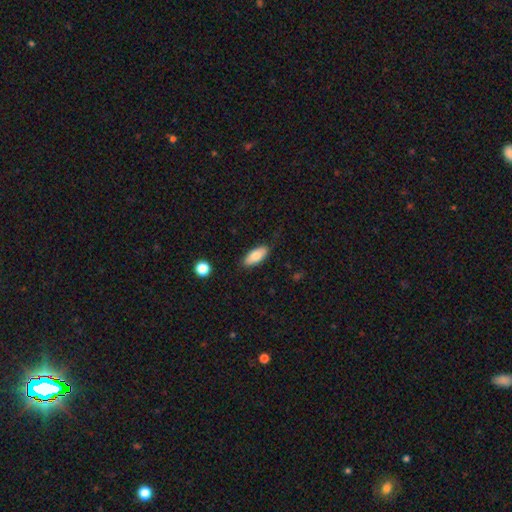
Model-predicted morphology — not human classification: Q: Smooth or featured?
A: smooth (80%); runner-up: featured or disk (13%)
Q: How rounded?
A: in between (82%); runner-up: cigar-shaped (16%)
Q: Merging?
A: none (84%); runner-up: minor disturbance (12%)